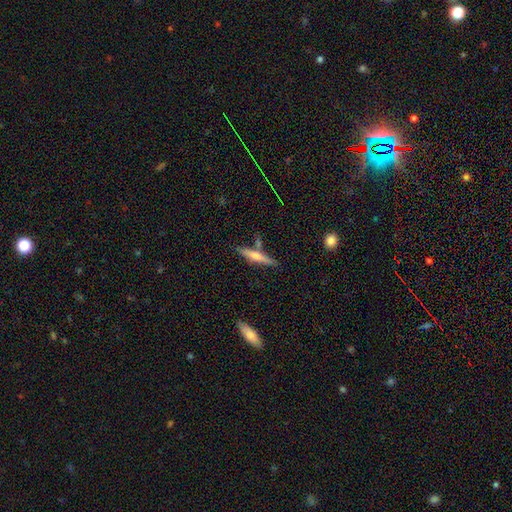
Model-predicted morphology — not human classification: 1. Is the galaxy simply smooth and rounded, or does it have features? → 53% smooth, 40% featured or disk, 6% star or artifact.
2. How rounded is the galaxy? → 90% cigar-shaped, 8% in between, 2% round.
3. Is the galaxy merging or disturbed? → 75% none, 12% minor disturbance, 10% merger, 3% major disturbance.